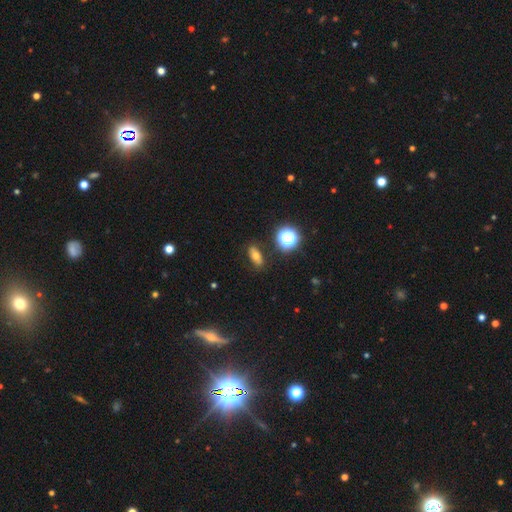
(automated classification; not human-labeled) Q: Smooth or featured?
A: smooth (61%); runner-up: featured or disk (22%)
Q: How rounded?
A: in between (70%); runner-up: cigar-shaped (16%)
Q: Merging?
A: none (85%); runner-up: minor disturbance (10%)